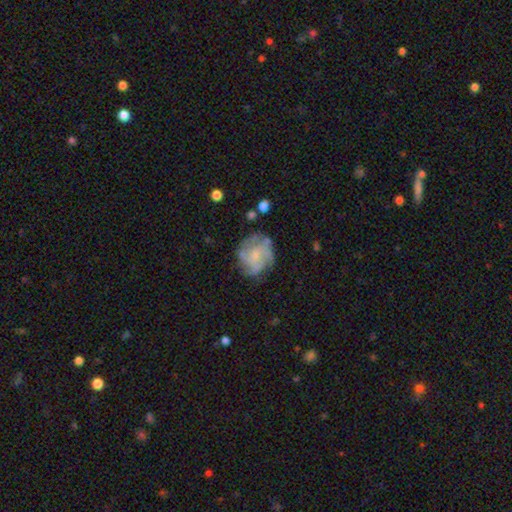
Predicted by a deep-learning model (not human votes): Smooth or featured?
  - featured or disk: 67% *
  - smooth: 24%
  - star or artifact: 8%
Edge-on disk?
  - no: 98% *
  - yes: 2%
Bar?
  - no: 73% *
  - weak: 24%
  - strong: 3%
Spiral arms?
  - yes: 81% *
  - no: 19%
Spiral winding?
  - medium: 42% *
  - tight: 37%
  - loose: 21%
Spiral arm count?
  - can't tell: 33% *
  - 4: 23%
  - 3: 22%
  - 2: 9%
  - more than 4: 8%
  - 1: 5%
Bulge size?
  - small: 50% *
  - moderate: 26%
  - none: 21%
  - large: 3%
  - dominant: 1%
Merging?
  - none: 66% *
  - minor disturbance: 20%
  - major disturbance: 12%
  - merger: 2%